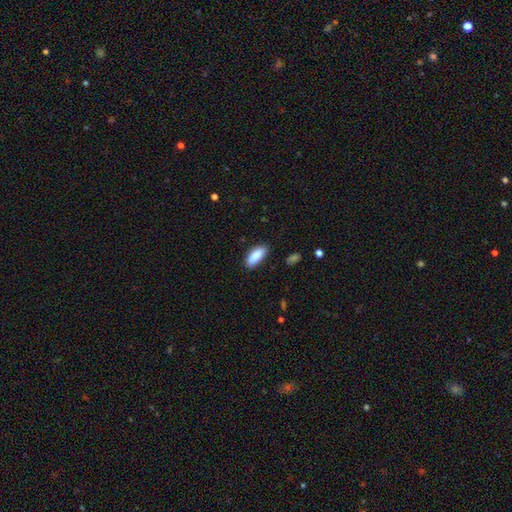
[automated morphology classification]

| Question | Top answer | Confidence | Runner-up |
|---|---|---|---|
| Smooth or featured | smooth | 89% | star or artifact (6%) |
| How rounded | in between | 82% | cigar-shaped (17%) |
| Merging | none | 85% | minor disturbance (12%) |